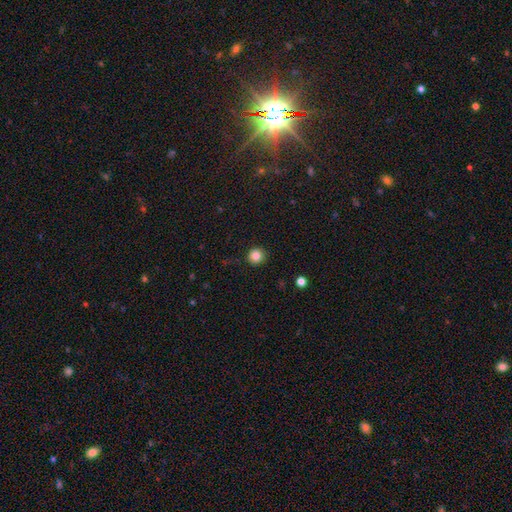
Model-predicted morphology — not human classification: smooth 85%, star or artifact 11%, featured or disk 4%. Down the decision tree: how rounded — round (94%); merging — none (91%).